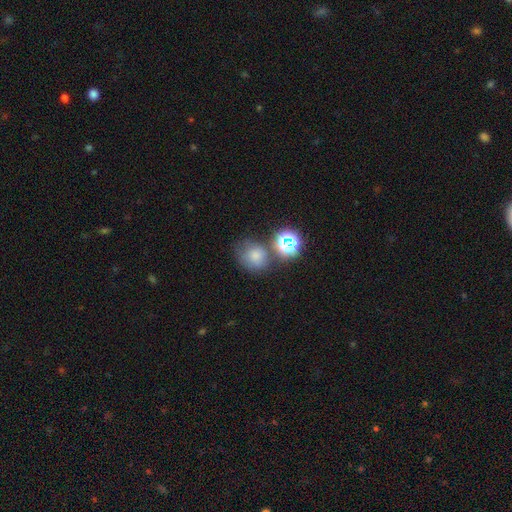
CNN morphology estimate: Smooth or featured: smooth — 67% (star or artifact — 22%)
How rounded: round — 72% (in between — 27%)
Merging: none — 55% (minor disturbance — 19%)